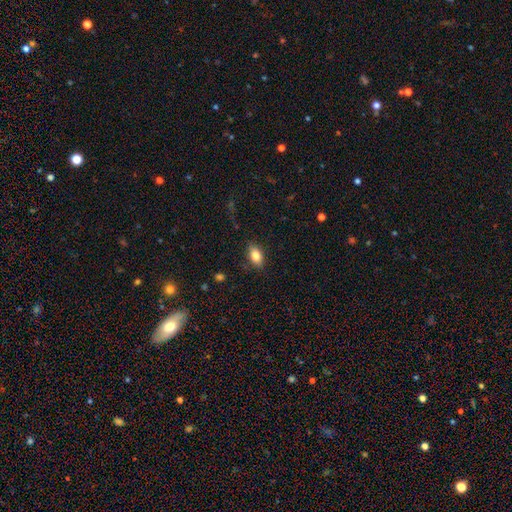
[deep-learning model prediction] smooth_or_featured: smooth (p=0.82) [alt: featured or disk p=0.10]
how_rounded: in between (p=0.88) [alt: round p=0.08]
merging: none (p=0.84) [alt: minor disturbance p=0.12]